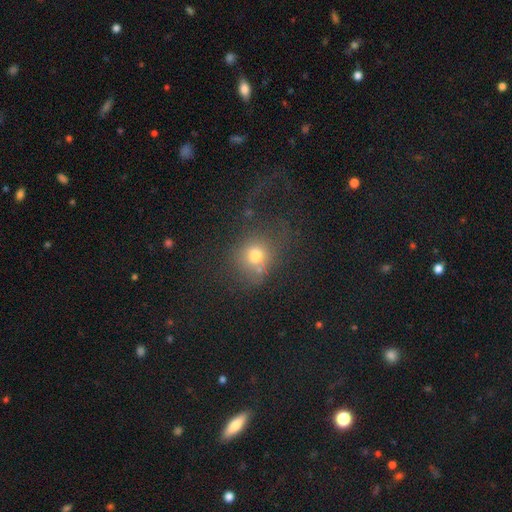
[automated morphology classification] A smooth galaxy with no disk features (71%) that is round (75%).

Vote fractions:
- Smooth or featured? smooth: 71% / star or artifact: 16% / featured or disk: 13%
- How rounded? round: 75% / in between: 23% / cigar-shaped: 1%
- Merging? none: 54% / major disturbance: 19% / minor disturbance: 17% / merger: 10%